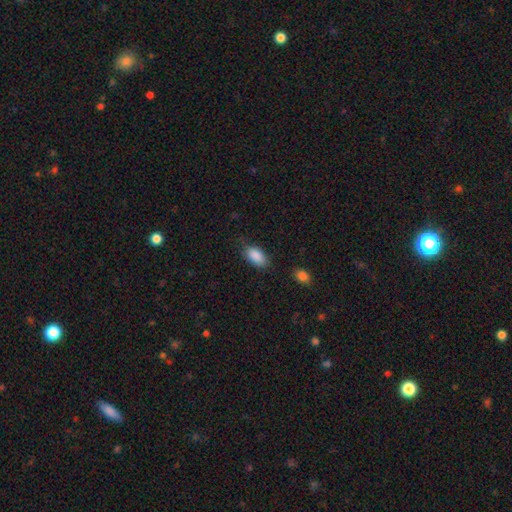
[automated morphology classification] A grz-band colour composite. It shows a smooth galaxy with no disk features (89%) that is in between round and cigar-shaped (92%). Merging: none (77%).